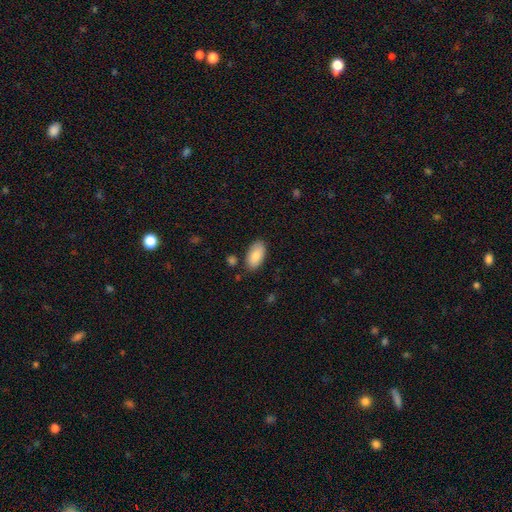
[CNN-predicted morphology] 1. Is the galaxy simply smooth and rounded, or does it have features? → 81% smooth, 12% featured or disk, 6% star or artifact.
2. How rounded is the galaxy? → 94% in between, 3% cigar-shaped, 3% round.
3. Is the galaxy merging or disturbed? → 81% none, 13% minor disturbance, 3% merger, 3% major disturbance.